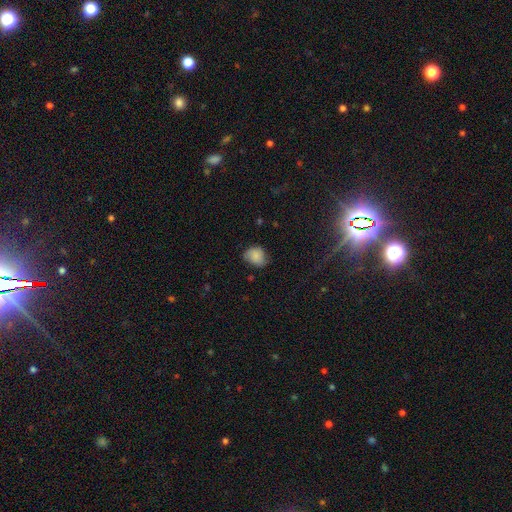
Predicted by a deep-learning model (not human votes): Overall: smooth (80%). How rounded: in between (51%; round 48%). Merging: none (60%; minor disturbance 32%).